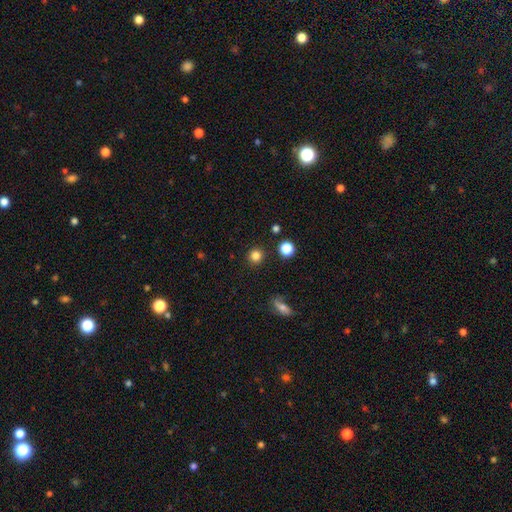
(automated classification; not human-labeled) A smooth galaxy with no disk features (83%) that is round (93%). Merging: none (90%).